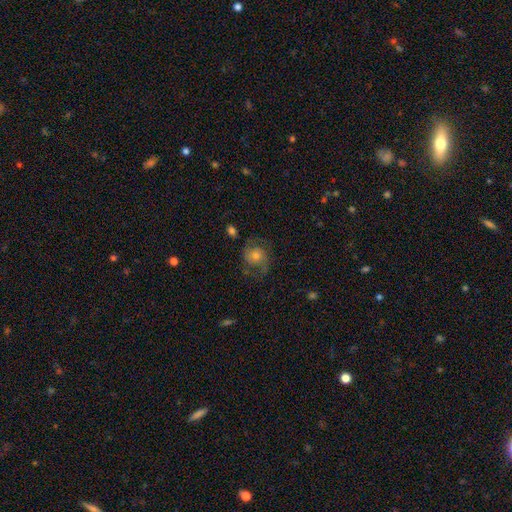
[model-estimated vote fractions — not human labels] Smooth or featured? Predicted: featured or disk (p=0.64). Edge-on disk? Predicted: no (p=0.97). Bar? Predicted: no (p=0.75). Spiral arms? Predicted: yes (p=0.89). Spiral winding? Predicted: medium (p=0.50). Spiral arm count? Predicted: 2 (p=0.83). Bulge size? Predicted: moderate (p=0.50). Merging? Predicted: none (p=0.69).